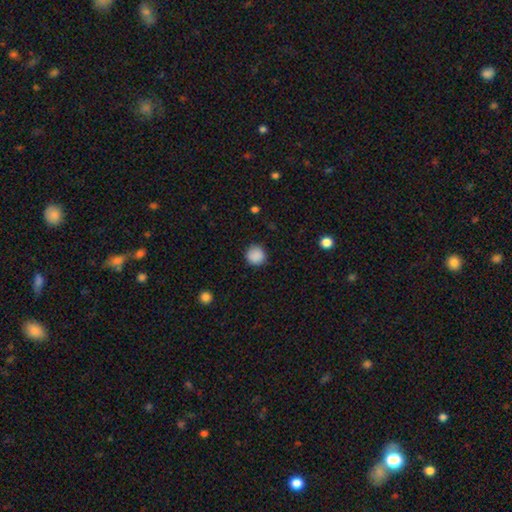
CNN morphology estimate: Q: Smooth or featured?
A: smooth (89%); runner-up: star or artifact (9%)
Q: How rounded?
A: round (94%); runner-up: in between (5%)
Q: Merging?
A: none (89%); runner-up: minor disturbance (8%)